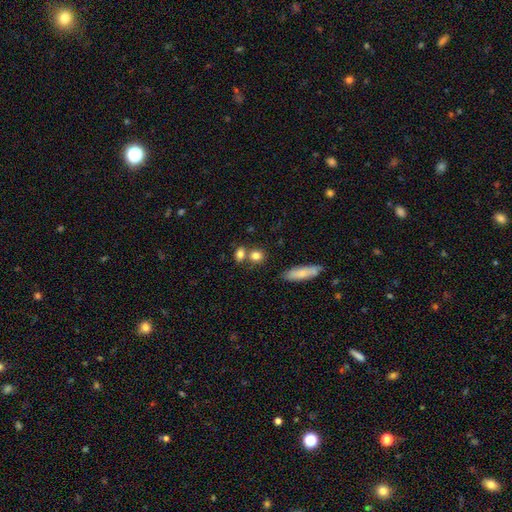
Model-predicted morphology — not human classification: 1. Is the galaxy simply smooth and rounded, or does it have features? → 81% smooth, 10% star or artifact, 9% featured or disk.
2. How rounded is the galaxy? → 67% round, 29% in between, 4% cigar-shaped.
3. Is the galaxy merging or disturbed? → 55% none, 31% merger, 10% minor disturbance, 4% major disturbance.